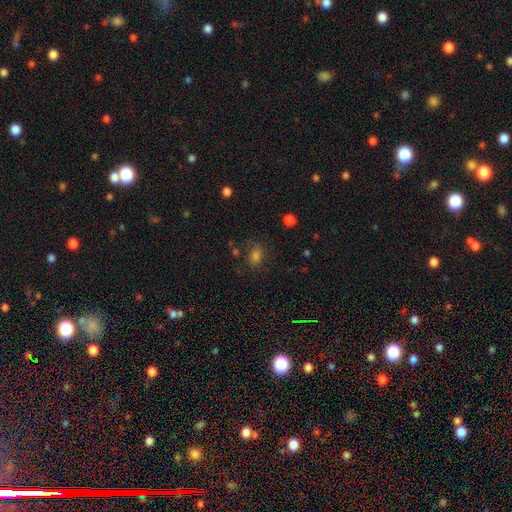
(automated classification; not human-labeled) Smooth or featured?
  - smooth: 69% *
  - star or artifact: 23%
  - featured or disk: 8%
How rounded?
  - in between: 66% *
  - round: 32%
  - cigar-shaped: 2%
Merging?
  - none: 77% *
  - minor disturbance: 15%
  - major disturbance: 6%
  - merger: 3%